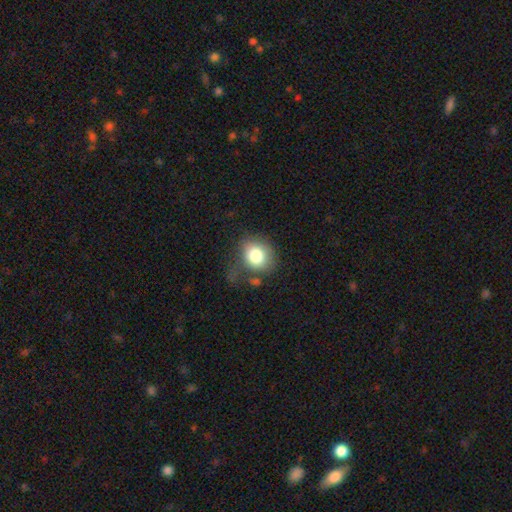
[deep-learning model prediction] Overall: smooth (81%). How rounded: round (67%; in between 32%). Merging: none (53%; minor disturbance 25%).